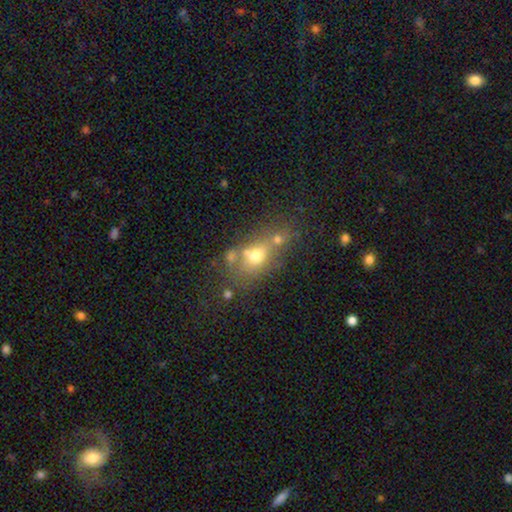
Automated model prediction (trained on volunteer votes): Smooth or featured: smooth — 60% (featured or disk — 24%)
How rounded: in between — 61% (round — 34%)
Merging: none — 40% (merger — 35%)